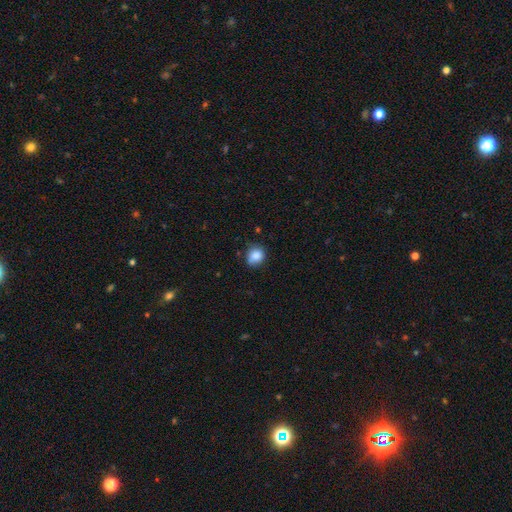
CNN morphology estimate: Smooth or featured? Predicted: smooth (p=0.83). How rounded? Predicted: round (p=0.73). Merging? Predicted: none (p=0.65).